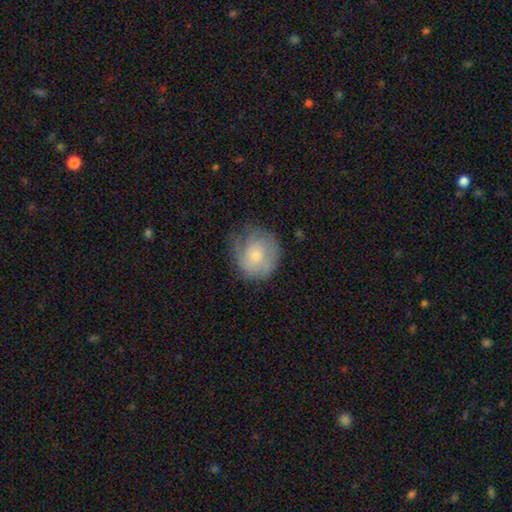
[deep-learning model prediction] featured or disk 51%, smooth 42%, star or artifact 7%. Down the decision tree: edge-on disk — no (97%); merging — none (64%).